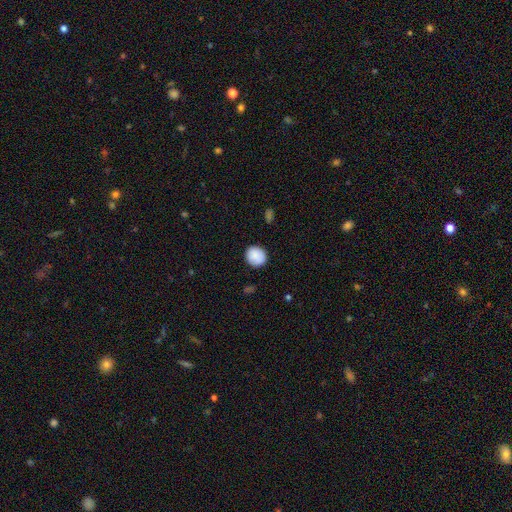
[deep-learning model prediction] smooth 87%, star or artifact 7%, featured or disk 5%. Down the decision tree: how rounded — round (86%); merging — none (87%).